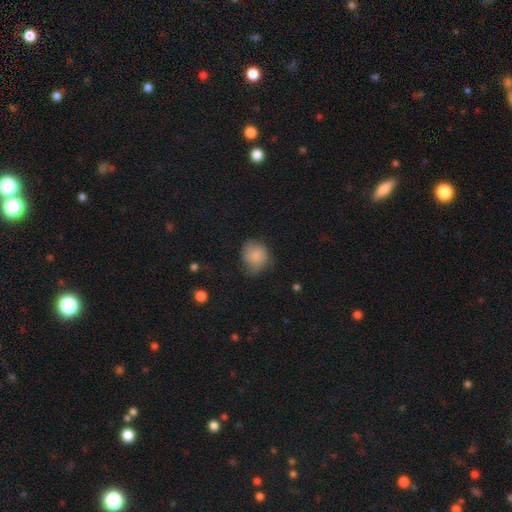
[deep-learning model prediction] Smooth or featured? smooth (74%)
How rounded? round (69%)
Merging? none (48%)